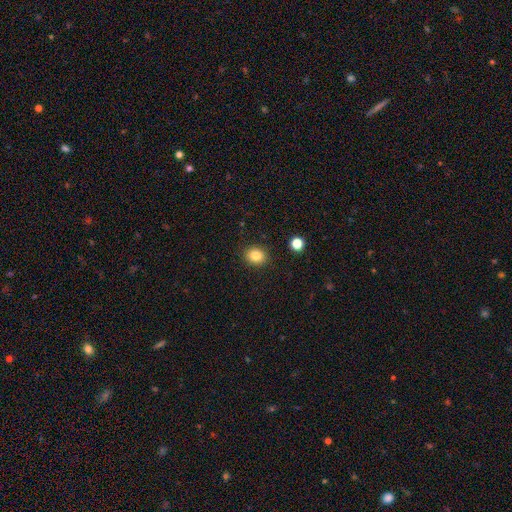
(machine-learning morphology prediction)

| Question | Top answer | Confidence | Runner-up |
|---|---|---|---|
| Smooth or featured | smooth | 84% | star or artifact (11%) |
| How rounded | round | 65% | in between (34%) |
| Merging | none | 89% | minor disturbance (7%) |